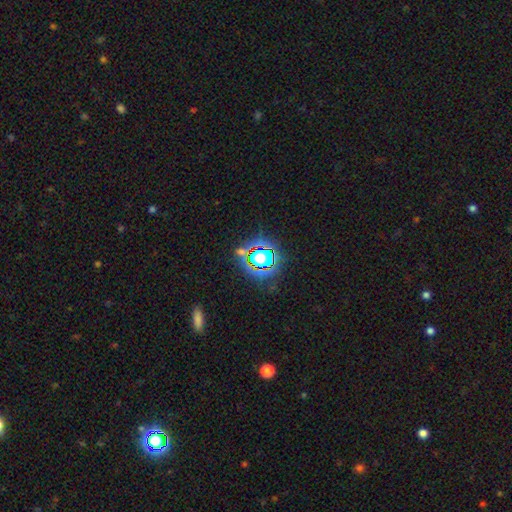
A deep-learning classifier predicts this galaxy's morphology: Smooth or featured?
  - star or artifact: 75% *
  - smooth: 15%
  - featured or disk: 9%